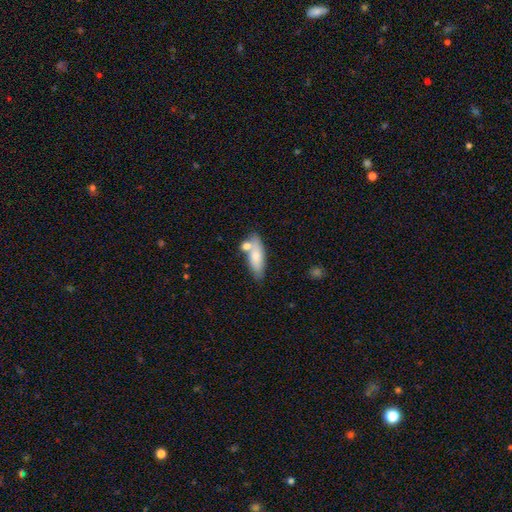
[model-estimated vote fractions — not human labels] smooth-or-featured: smooth: 76% | featured or disk: 17% | star or artifact: 6%
  how-rounded: in between: 62% | cigar-shaped: 35% | round: 3%
  merging: none: 55% | merger: 24% | minor disturbance: 16% | major disturbance: 5%